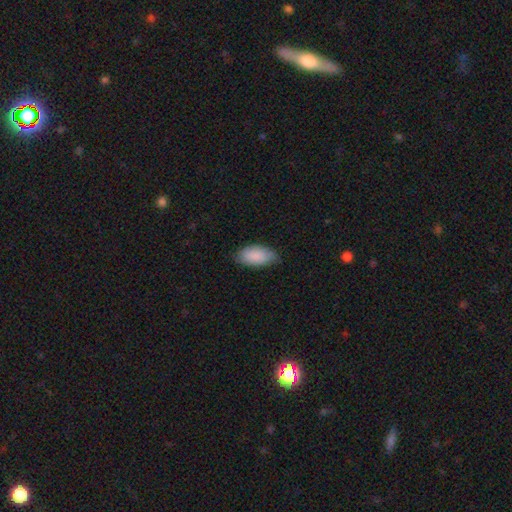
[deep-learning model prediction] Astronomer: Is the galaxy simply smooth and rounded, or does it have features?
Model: smooth — 89%.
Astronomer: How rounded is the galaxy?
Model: in between — 94%.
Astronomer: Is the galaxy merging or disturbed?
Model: none — 76%.